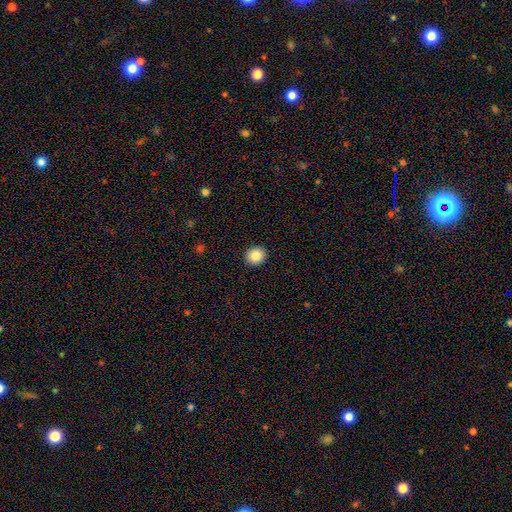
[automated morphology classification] A smooth galaxy with no disk features (85%) that is round (78%).

Vote fractions:
- Smooth or featured? smooth: 85% / star or artifact: 9% / featured or disk: 6%
- How rounded? round: 78% / in between: 21% / cigar-shaped: 1%
- Merging? none: 92% / minor disturbance: 6% / major disturbance: 2% / merger: 1%